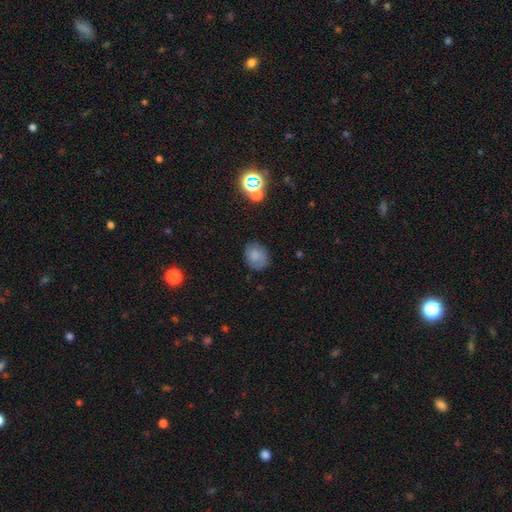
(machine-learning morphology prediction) Overall: smooth (76%). How rounded: in between (59%; round 40%). Merging: none (78%).